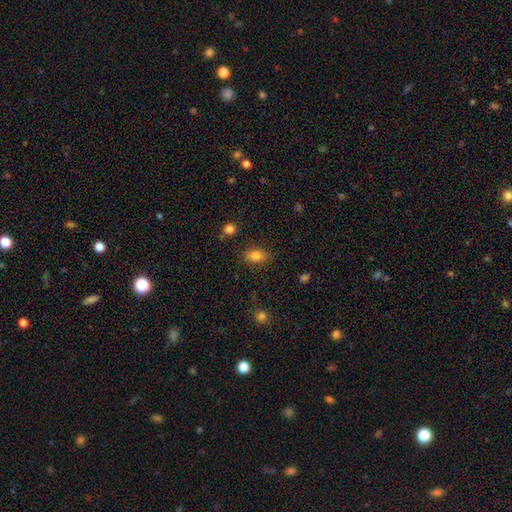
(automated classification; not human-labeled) This appears to be a smooth galaxy with no disk features (83%) that is in between round and cigar-shaped (85%). Merging: none (82%).